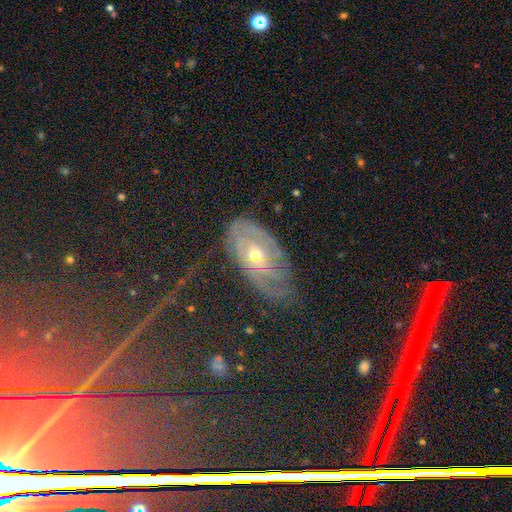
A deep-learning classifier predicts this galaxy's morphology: Q: Smooth or featured?
A: featured or disk (62%); runner-up: star or artifact (24%)
Q: Edge-on disk?
A: no (91%); runner-up: yes (9%)
Q: Bar?
A: no (66%); runner-up: weak (25%)
Q: Spiral arms?
A: yes (87%); runner-up: no (13%)
Q: Bulge size?
A: moderate (51%); runner-up: small (45%)
Q: Merging?
A: none (72%); runner-up: minor disturbance (20%)